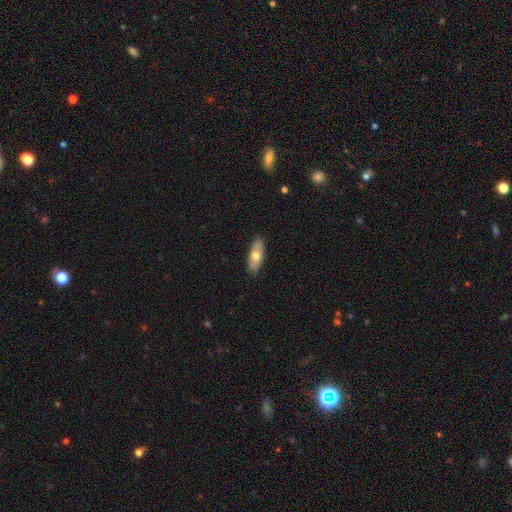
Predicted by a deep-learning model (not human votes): Smooth or featured? Predicted: smooth (p=0.64). How rounded? Predicted: in between (p=0.79). Merging? Predicted: none (p=0.87).